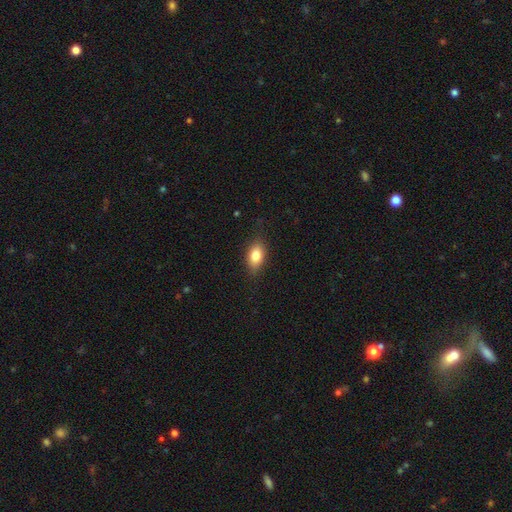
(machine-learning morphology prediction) Smooth or featured?
  - smooth: 81% *
  - featured or disk: 11%
  - star or artifact: 8%
How rounded?
  - in between: 85% *
  - round: 11%
  - cigar-shaped: 4%
Merging?
  - none: 83% *
  - minor disturbance: 13%
  - major disturbance: 3%
  - merger: 1%